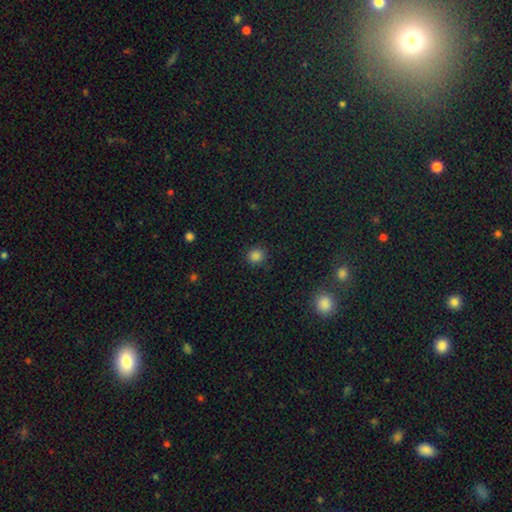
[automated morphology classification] smooth-or-featured: smooth: 83% | star or artifact: 14% | featured or disk: 3%
  how-rounded: round: 88% | in between: 11% | cigar-shaped: 1%
  merging: none: 88% | minor disturbance: 8% | major disturbance: 3% | merger: 1%